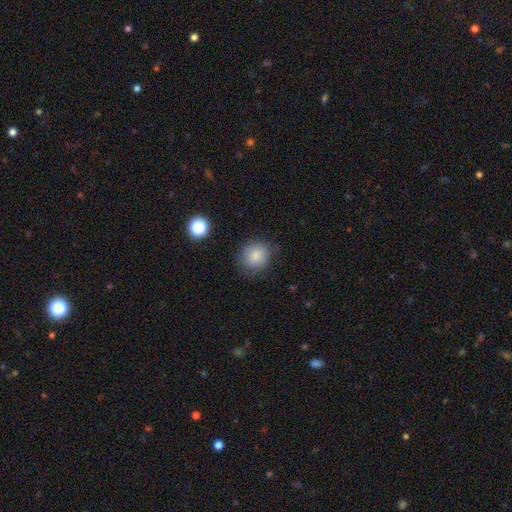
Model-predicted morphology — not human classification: Smooth or featured: smooth — 83% (star or artifact — 9%)
How rounded: round — 82% (in between — 17%)
Merging: none — 75% (minor disturbance — 18%)